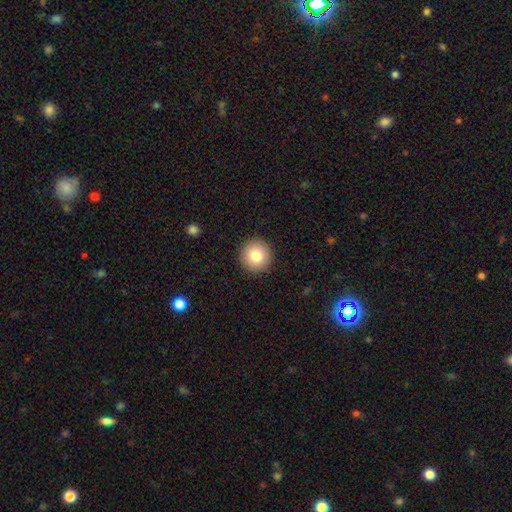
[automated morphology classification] Smooth or featured? Predicted: smooth (p=0.81). How rounded? Predicted: round (p=0.95). Merging? Predicted: none (p=0.93).